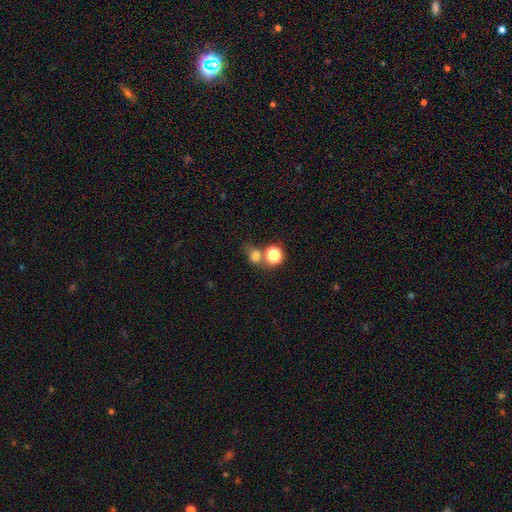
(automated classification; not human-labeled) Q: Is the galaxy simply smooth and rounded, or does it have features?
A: smooth — 73%.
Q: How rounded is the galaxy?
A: round — 67%.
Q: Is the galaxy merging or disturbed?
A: none — 46%.